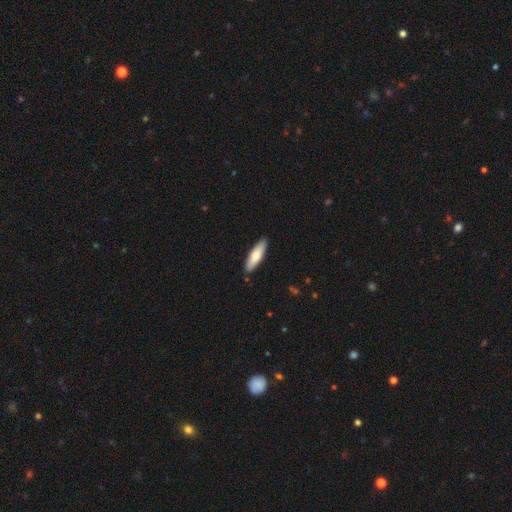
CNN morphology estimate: This is likely a smooth galaxy (72%). How rounded: possibly cigar-shaped (53%). Merging: clearly none (88%).